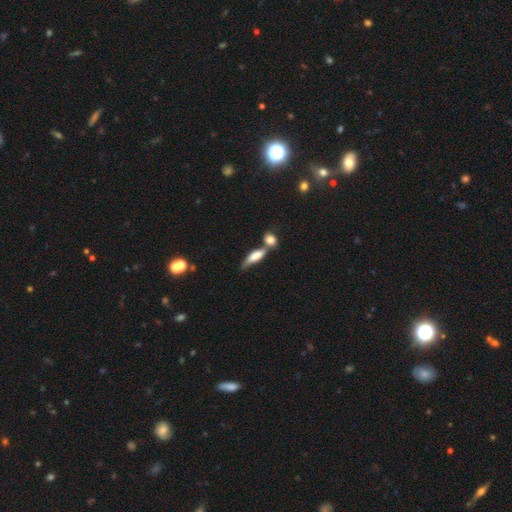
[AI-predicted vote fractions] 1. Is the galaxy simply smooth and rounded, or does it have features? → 73% smooth, 19% featured or disk, 8% star or artifact.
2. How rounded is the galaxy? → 55% in between, 40% cigar-shaped, 5% round.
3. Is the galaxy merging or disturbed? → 46% merger, 30% none, 15% minor disturbance, 9% major disturbance.